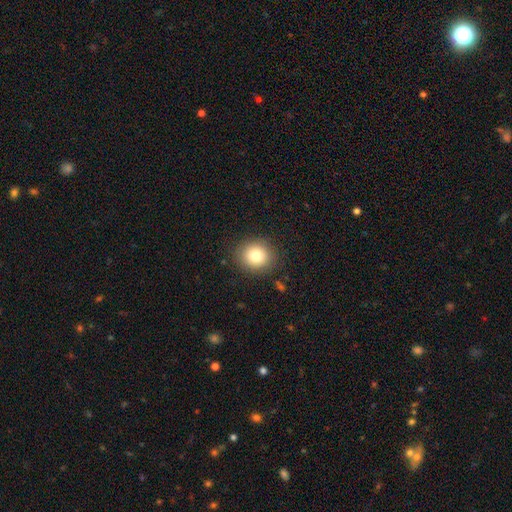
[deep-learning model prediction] A smooth galaxy with no disk features (80%) that is round (80%). Merging: none (87%).